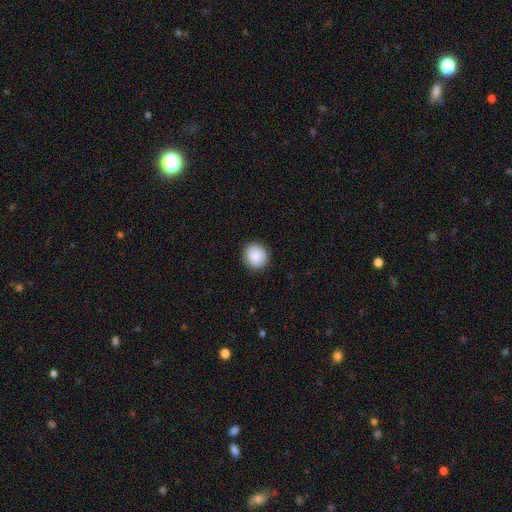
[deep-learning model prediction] Smooth or featured?
  - smooth: 89% *
  - star or artifact: 7%
  - featured or disk: 4%
How rounded?
  - round: 82% *
  - in between: 17%
  - cigar-shaped: 1%
Merging?
  - none: 90% *
  - minor disturbance: 8%
  - major disturbance: 2%
  - merger: 1%